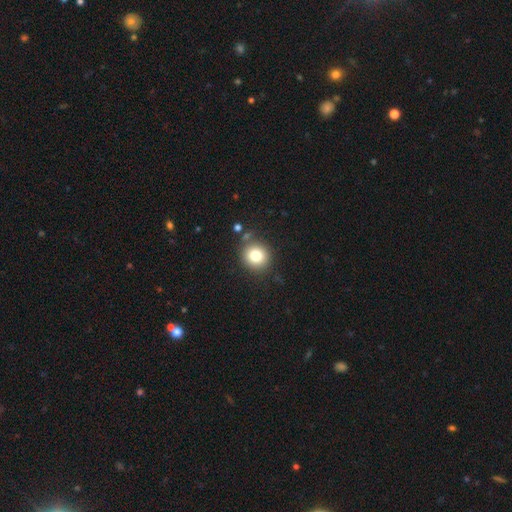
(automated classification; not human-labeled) Overall: smooth (79%). How rounded: round (85%). Merging: none (82%).